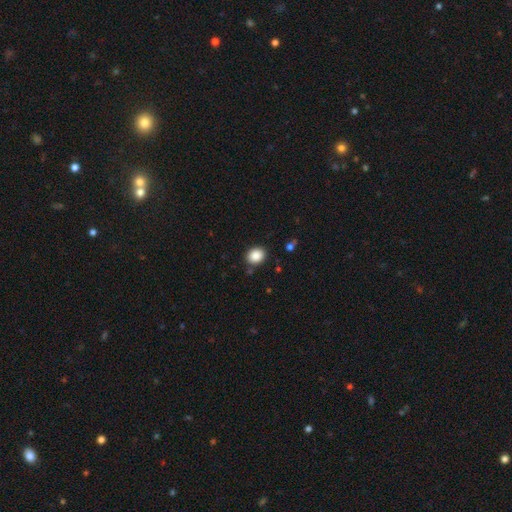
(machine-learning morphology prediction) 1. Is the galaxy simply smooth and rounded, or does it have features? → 87% smooth, 9% star or artifact, 4% featured or disk.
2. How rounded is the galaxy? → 62% round, 37% in between, 1% cigar-shaped.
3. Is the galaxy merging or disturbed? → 86% none, 9% minor disturbance, 2% major disturbance, 2% merger.